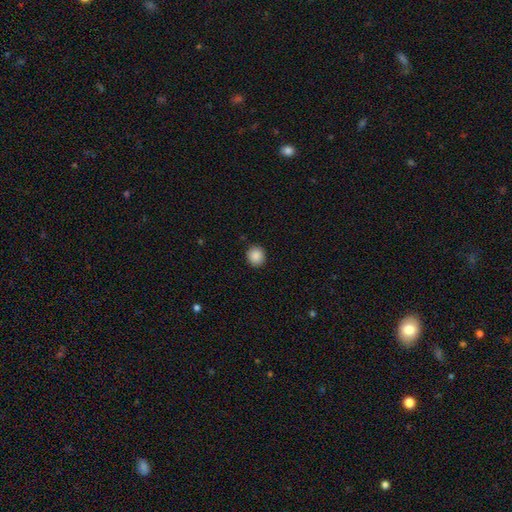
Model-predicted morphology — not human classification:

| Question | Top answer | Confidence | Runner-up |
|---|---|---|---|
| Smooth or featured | smooth | 88% | star or artifact (9%) |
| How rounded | round | 89% | in between (10%) |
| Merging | none | 90% | minor disturbance (7%) |